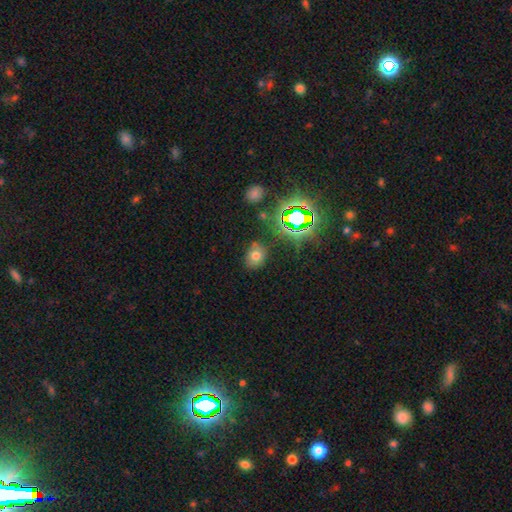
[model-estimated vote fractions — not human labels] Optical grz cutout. It shows a smooth galaxy with no disk features (64%) that is round (52%). Merging: none (71%).